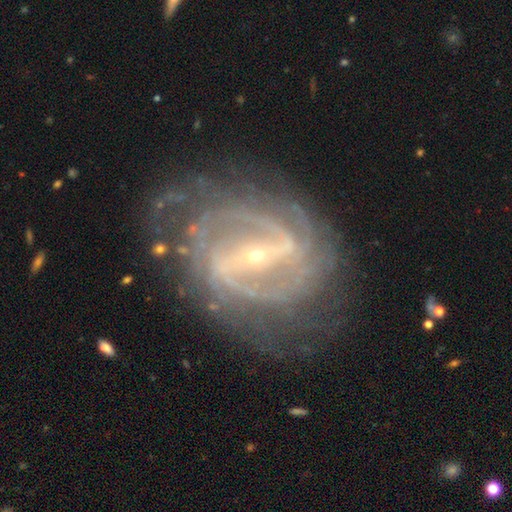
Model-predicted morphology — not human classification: type=featured or disk (91%); edge-on=no (97%); bar=strong (68%); spiral arms=yes (96%); winding=tight (50%); arm count=2 (42%); bulge=small (84%); merging=none (71%).